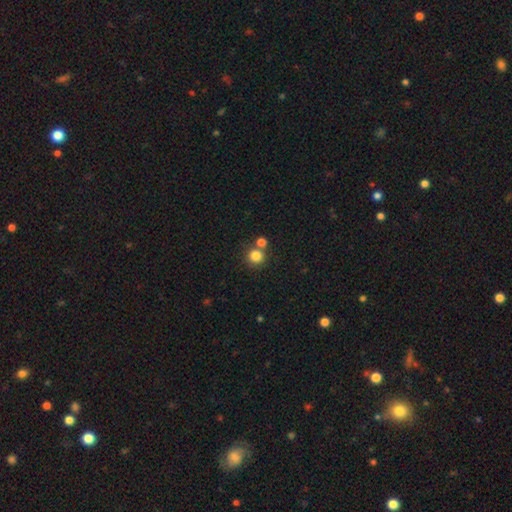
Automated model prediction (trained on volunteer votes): Smooth or featured? Predicted: smooth (p=0.82). How rounded? Predicted: round (p=0.92). Merging? Predicted: none (p=0.67).